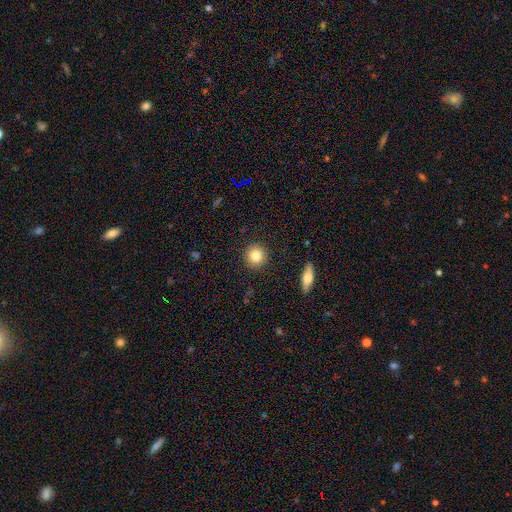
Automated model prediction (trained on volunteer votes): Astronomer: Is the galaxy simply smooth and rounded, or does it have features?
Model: smooth — 83%.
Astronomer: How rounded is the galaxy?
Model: round — 92%.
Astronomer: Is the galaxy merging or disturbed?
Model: none — 91%.